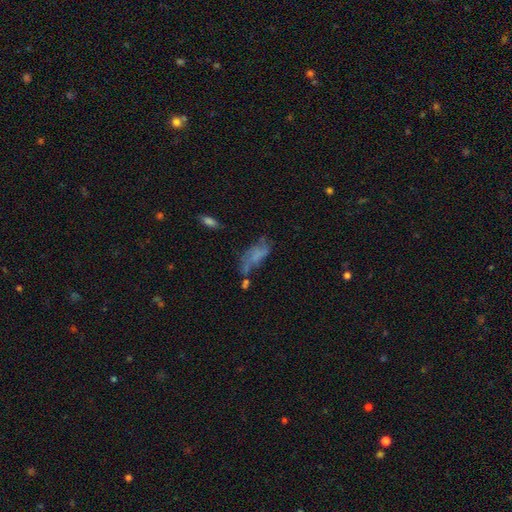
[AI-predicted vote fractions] smooth-or-featured: smooth: 52% | featured or disk: 34% | star or artifact: 14%
  how-rounded: in between: 78% | cigar-shaped: 18% | round: 4%
  merging: none: 34% | major disturbance: 26% | minor disturbance: 25% | merger: 15%